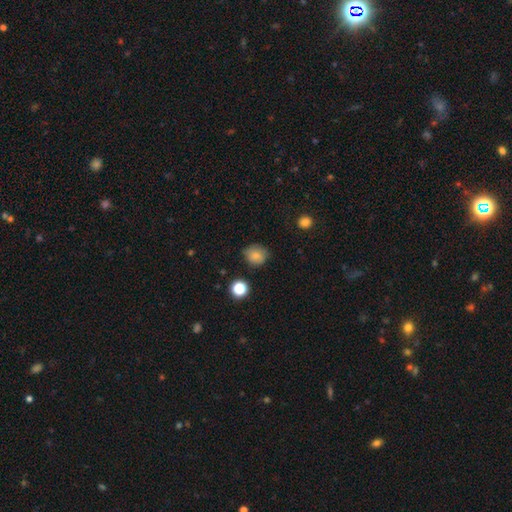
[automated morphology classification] smooth_or_featured: smooth (p=0.83) [alt: star or artifact p=0.11]
how_rounded: round (p=0.76) [alt: in between p=0.23]
merging: none (p=0.78) [alt: minor disturbance p=0.16]